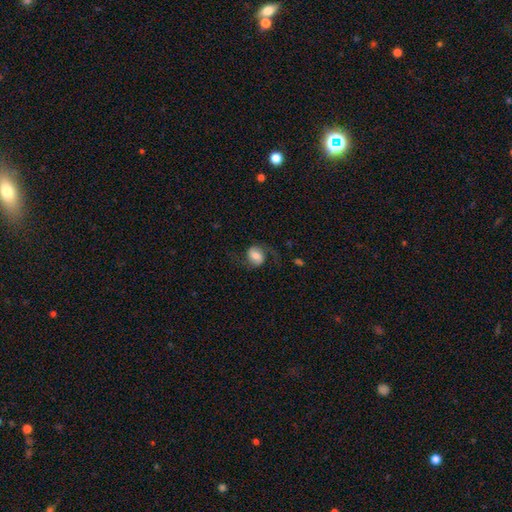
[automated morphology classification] type=featured or disk (48%); merging=none (64%).